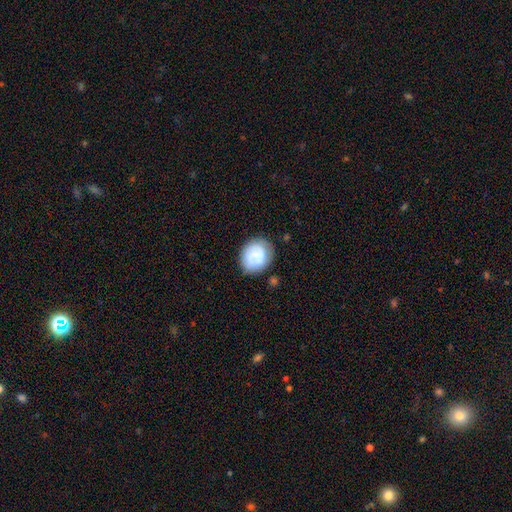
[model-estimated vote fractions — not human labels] smooth_or_featured: smooth (p=0.73) [alt: featured or disk p=0.20]
how_rounded: round (p=0.64) [alt: in between p=0.35]
merging: none (p=0.72) [alt: minor disturbance p=0.19]